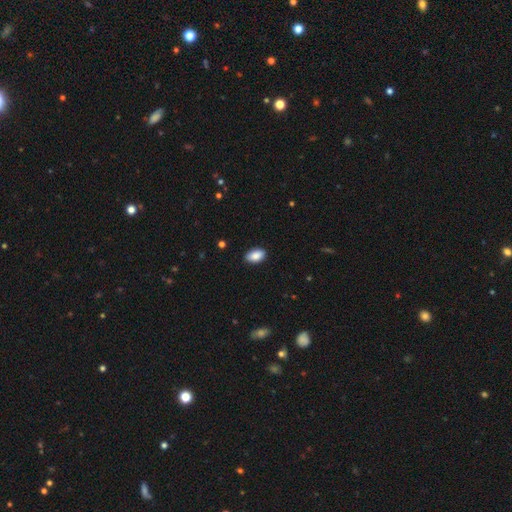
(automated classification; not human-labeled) smooth_or_featured: smooth (p=0.88) [alt: star or artifact p=0.07]
how_rounded: in between (p=0.93) [alt: round p=0.05]
merging: none (p=0.89) [alt: minor disturbance p=0.09]